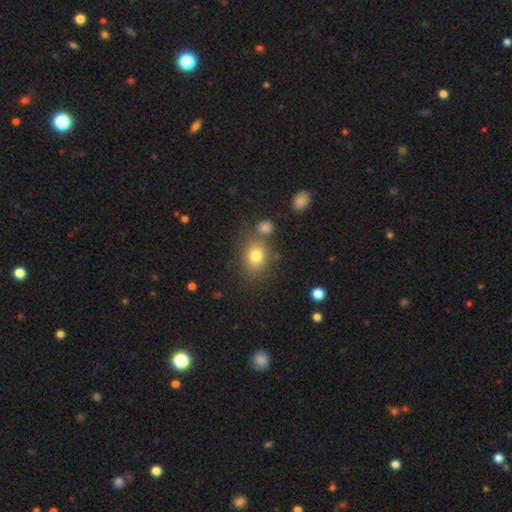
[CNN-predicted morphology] Smooth or featured? smooth (78%)
How rounded? in between (55%)
Merging? none (70%)